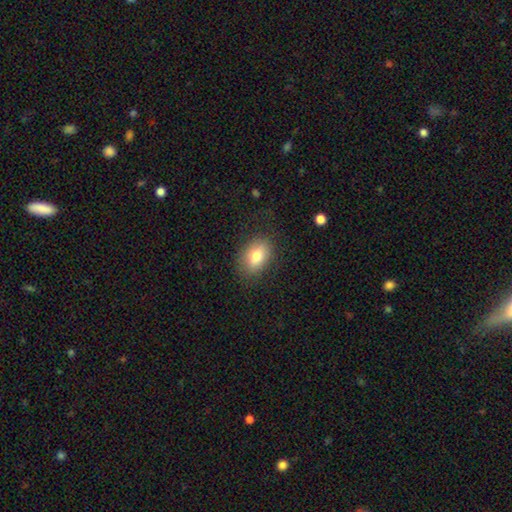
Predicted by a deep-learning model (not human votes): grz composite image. It shows a smooth galaxy with no disk features (78%) that is in between round and cigar-shaped (82%). Merging: none (80%).